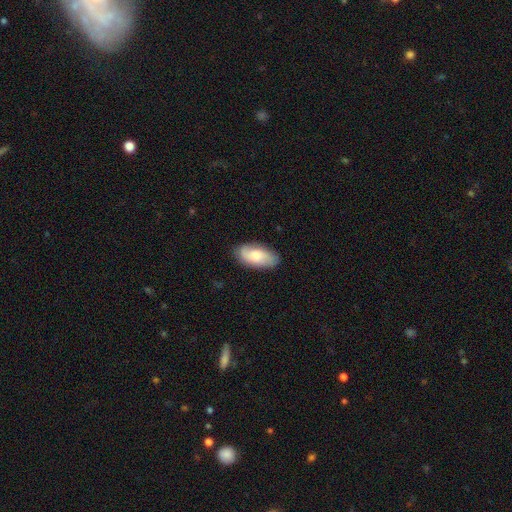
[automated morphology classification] The model was most divided on "smooth or featured": smooth: 62%, featured or disk: 31%, star or artifact: 6%. More confident: how rounded — in between (92%); merging — none (80%).